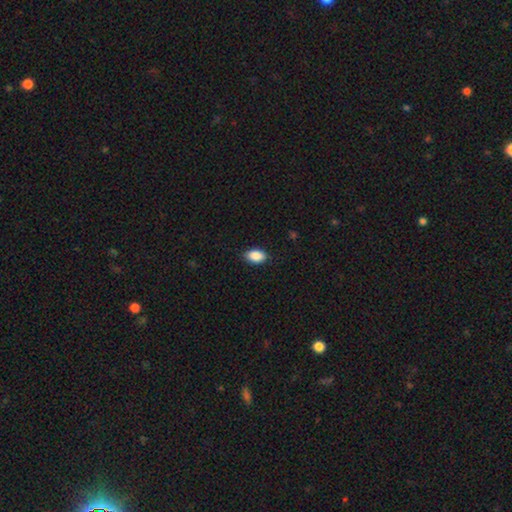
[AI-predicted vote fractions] Smooth or featured: smooth — 89% (star or artifact — 7%)
How rounded: in between — 91% (round — 8%)
Merging: none — 87% (minor disturbance — 10%)